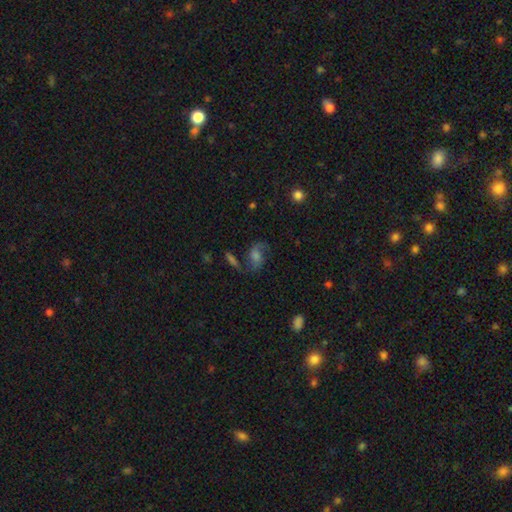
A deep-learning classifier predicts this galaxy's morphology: The model was most divided on "spiral winding": loose: 47%, medium: 42%, tight: 11%. Remaining: edge-on disk — no (96%); spiral arms — yes (92%); spiral arm count — 2 (89%); smooth or featured — featured or disk (66%); merging — none (66%); bar — no (51%); bulge size — moderate (42%).